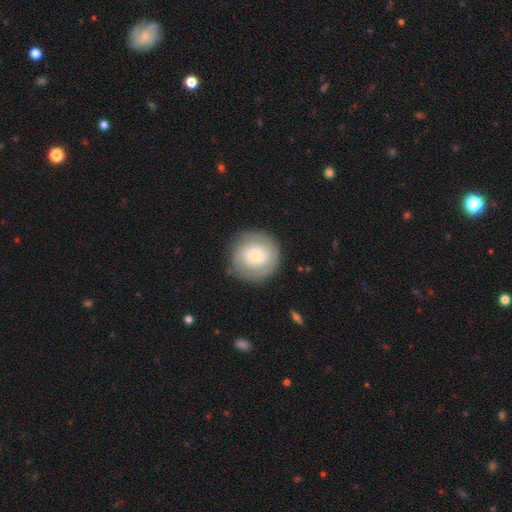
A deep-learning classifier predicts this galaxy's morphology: Smooth or featured?
  - smooth: 56% *
  - featured or disk: 38%
  - star or artifact: 6%
How rounded?
  - round: 93% *
  - in between: 6%
  - cigar-shaped: 1%
Merging?
  - none: 82% *
  - minor disturbance: 12%
  - major disturbance: 5%
  - merger: 2%